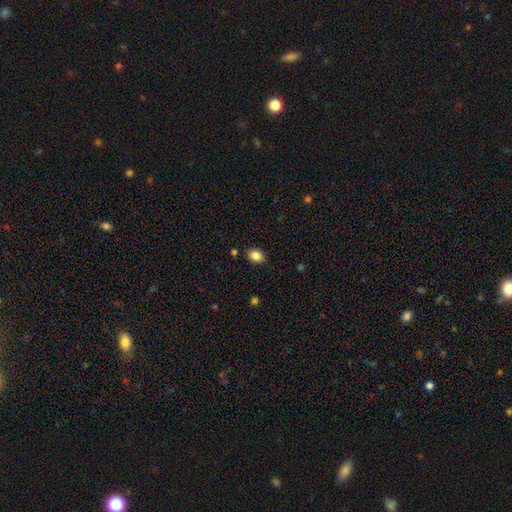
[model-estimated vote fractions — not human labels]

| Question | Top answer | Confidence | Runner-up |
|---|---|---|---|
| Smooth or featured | smooth | 85% | star or artifact (9%) |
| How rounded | in between | 73% | round (26%) |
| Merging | none | 87% | minor disturbance (9%) |